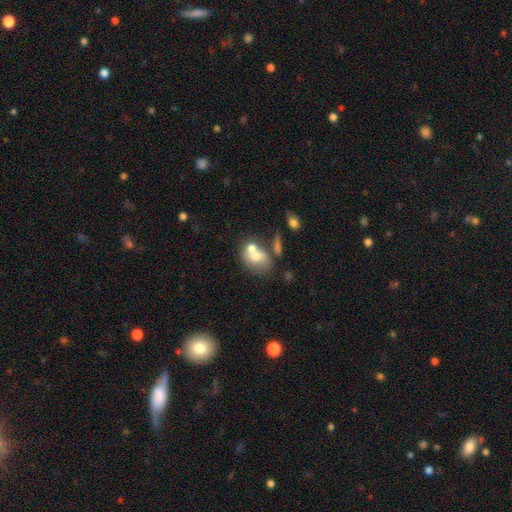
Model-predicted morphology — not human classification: A smooth galaxy with no disk features (64%) that is in between round and cigar-shaped (56%). Merging: merger (52%).